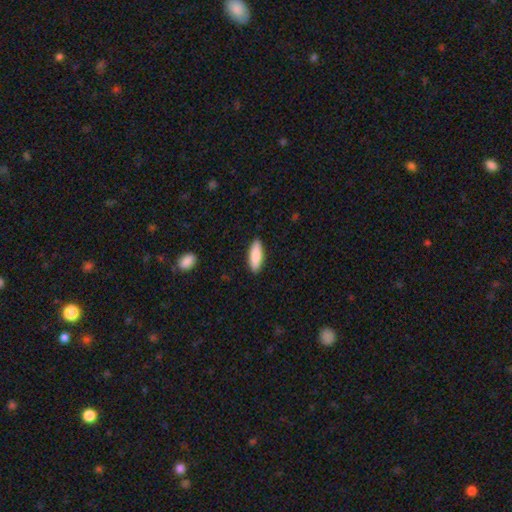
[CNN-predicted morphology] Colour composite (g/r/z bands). It shows a smooth galaxy with no disk features (86%) that is in between round and cigar-shaped (55%). Merging: none (89%).